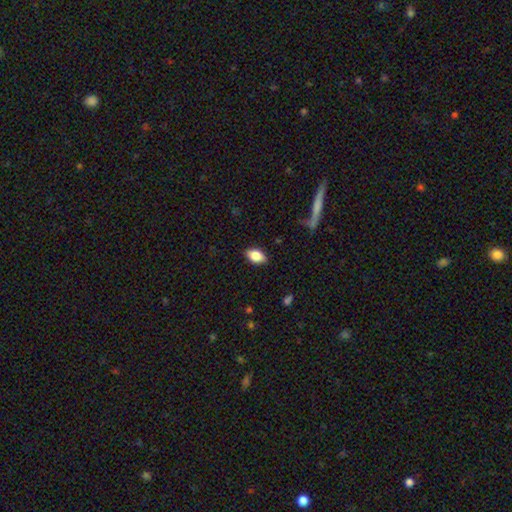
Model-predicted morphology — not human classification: Overall: smooth (78%). How rounded: in between (88%). Merging: none (85%).